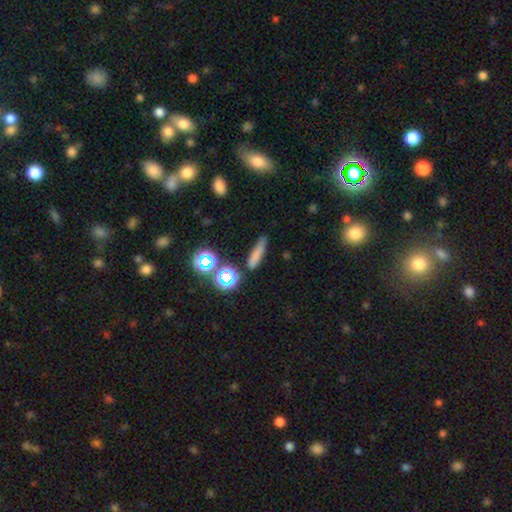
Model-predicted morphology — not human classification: Smooth or featured? Predicted: smooth (p=0.70). How rounded? Predicted: cigar-shaped (p=0.73). Merging? Predicted: none (p=0.72).